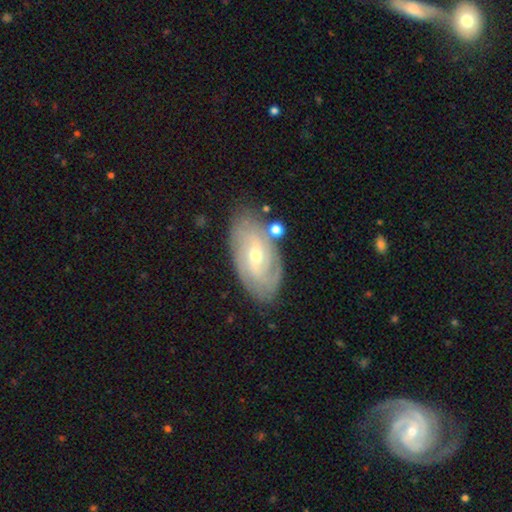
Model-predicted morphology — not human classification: This is likely a featured or disk galaxy (79%). It is clearly not viewed edge-on (93%). Bar: possibly weak (46%). Spiral arm pattern: clearly yes (92%). Spiral arm count: marginally can't tell (36%). Spiral winding: likely tight (65%). Central bulge: possibly small (49%). Merging: likely none (77%).